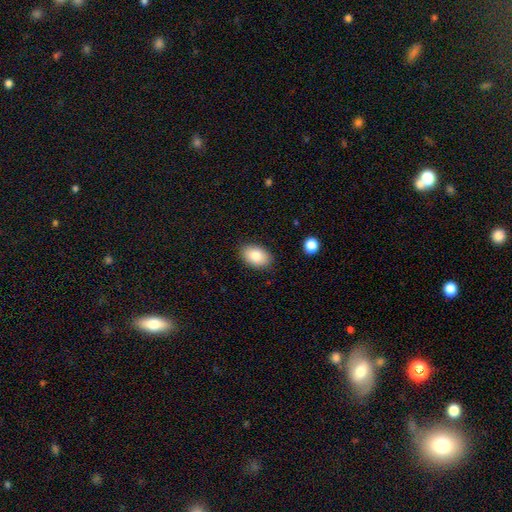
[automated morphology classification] This appears to be a smooth galaxy with no disk features (84%) that is in between round and cigar-shaped (89%). Merging: none (87%).